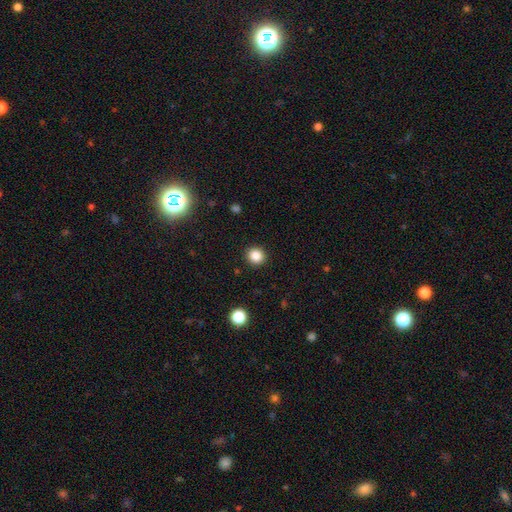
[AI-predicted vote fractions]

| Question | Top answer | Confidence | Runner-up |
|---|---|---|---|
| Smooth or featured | smooth | 85% | star or artifact (11%) |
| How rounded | round | 90% | in between (9%) |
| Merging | none | 92% | minor disturbance (5%) |